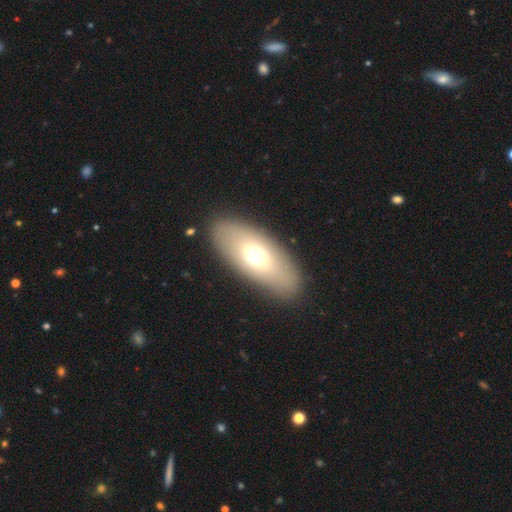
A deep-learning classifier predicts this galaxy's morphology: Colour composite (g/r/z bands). It shows a smooth galaxy with no disk features (64%) that is in between round and cigar-shaped (86%). Merging: none (86%).